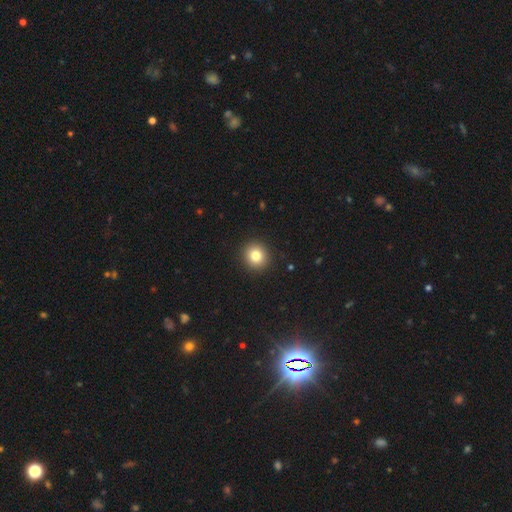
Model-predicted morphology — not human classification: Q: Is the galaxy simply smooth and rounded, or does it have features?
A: smooth — 81%.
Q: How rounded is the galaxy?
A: round — 89%.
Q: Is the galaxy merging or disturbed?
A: none — 93%.